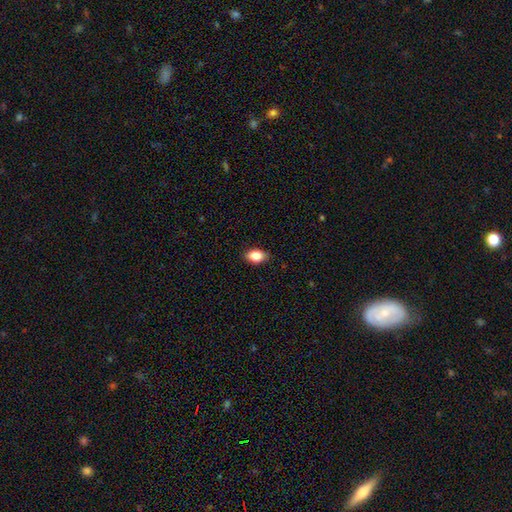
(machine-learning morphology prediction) smooth 84%, star or artifact 8%, featured or disk 8%. Down the decision tree: how rounded — in between (87%); merging — none (87%).